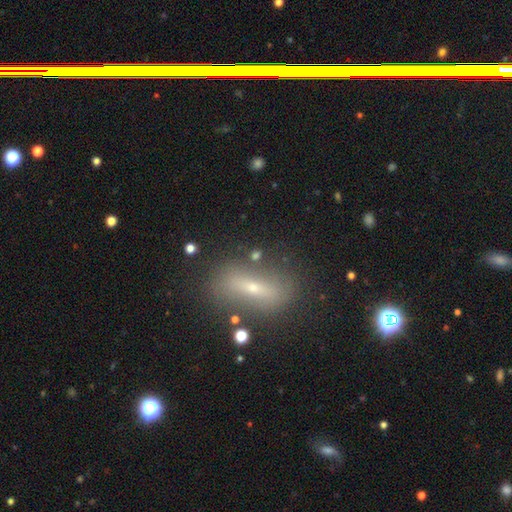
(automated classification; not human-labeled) The model was most divided on "smooth or featured": featured or disk: 46%, smooth: 41%, star or artifact: 13%. More confident: merging — none (76%).